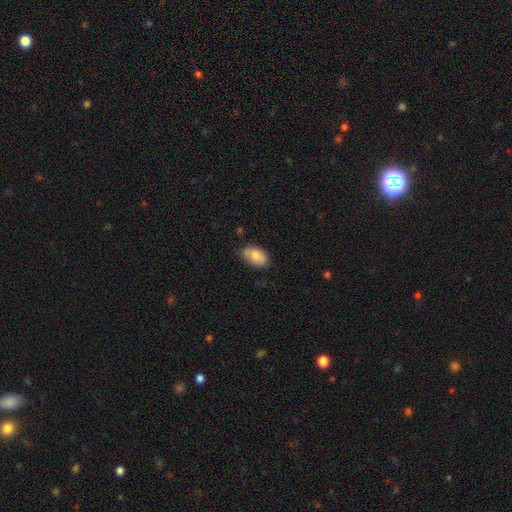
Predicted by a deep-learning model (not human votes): Smooth or featured?
  - smooth: 76% *
  - featured or disk: 17%
  - star or artifact: 7%
How rounded?
  - in between: 90% *
  - round: 9%
  - cigar-shaped: 1%
Merging?
  - none: 61% *
  - minor disturbance: 27%
  - merger: 6%
  - major disturbance: 6%